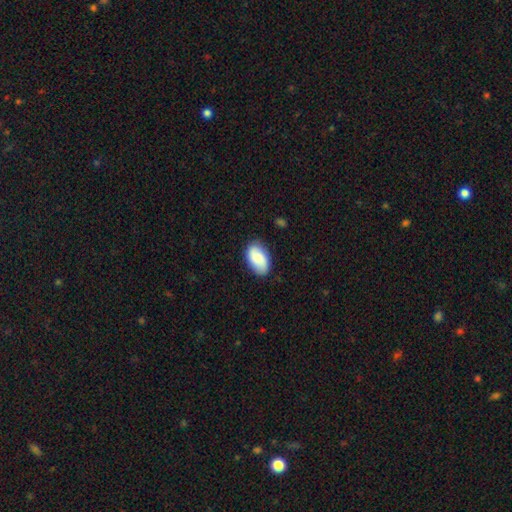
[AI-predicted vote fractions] Smooth or featured? smooth (78%)
How rounded? in between (93%)
Merging? none (81%)